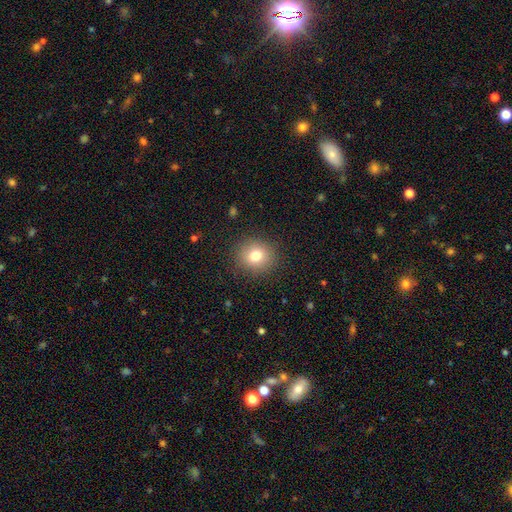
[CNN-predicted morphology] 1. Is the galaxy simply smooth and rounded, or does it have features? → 78% smooth, 12% star or artifact, 10% featured or disk.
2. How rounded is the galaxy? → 83% round, 16% in between, 1% cigar-shaped.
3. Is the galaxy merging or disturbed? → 89% none, 7% minor disturbance, 3% major disturbance, 1% merger.